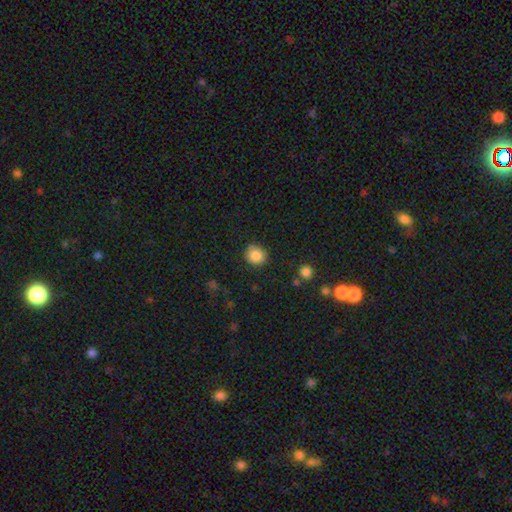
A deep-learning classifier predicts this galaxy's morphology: Overall: smooth (86%). How rounded: round (82%). Merging: none (83%).